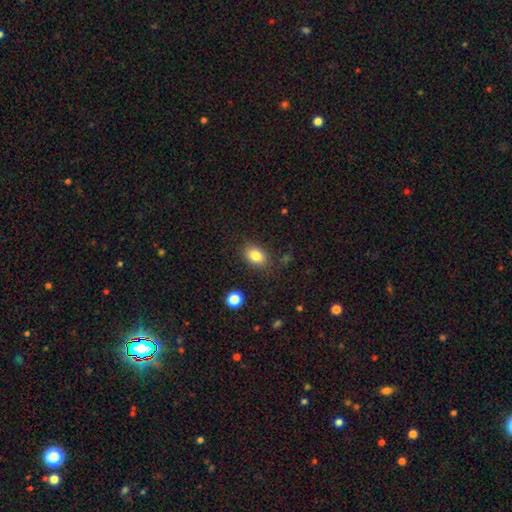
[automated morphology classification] type=smooth (83%); roundness=in between (79%); merging=none (84%).